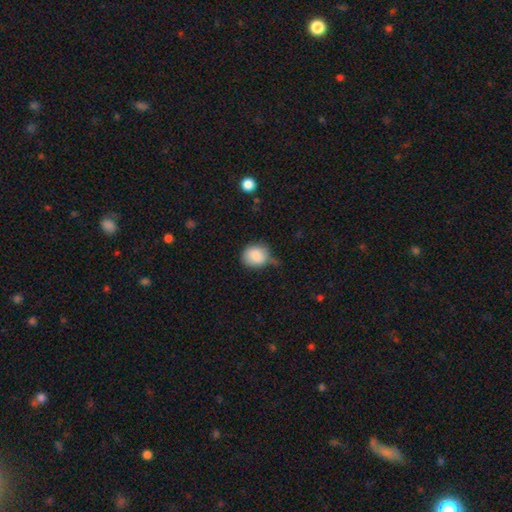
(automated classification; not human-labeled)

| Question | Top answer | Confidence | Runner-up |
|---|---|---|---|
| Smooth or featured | smooth | 85% | star or artifact (8%) |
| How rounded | round | 75% | in between (24%) |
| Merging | none | 53% | minor disturbance (32%) |